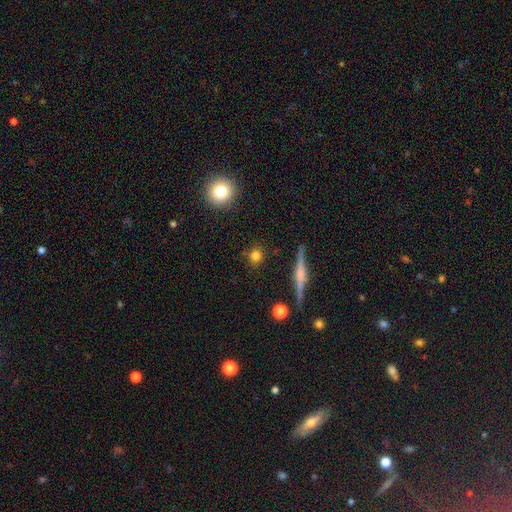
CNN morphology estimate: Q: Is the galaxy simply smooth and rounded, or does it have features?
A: smooth — 76%.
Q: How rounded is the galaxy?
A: round — 85%.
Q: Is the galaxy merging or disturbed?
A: none — 85%.